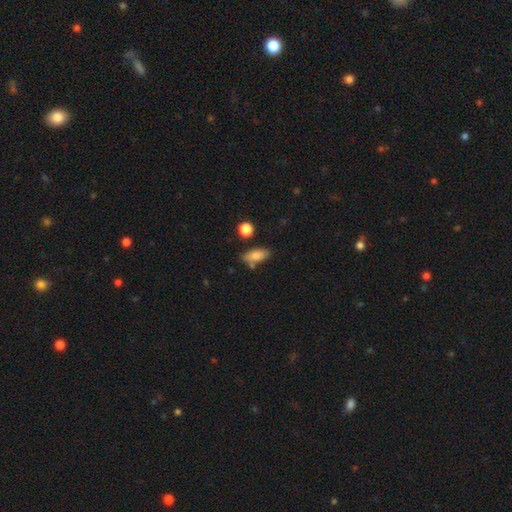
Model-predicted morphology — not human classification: A smooth galaxy with no disk features (81%) that is in between round and cigar-shaped (78%). Merging: none (66%).